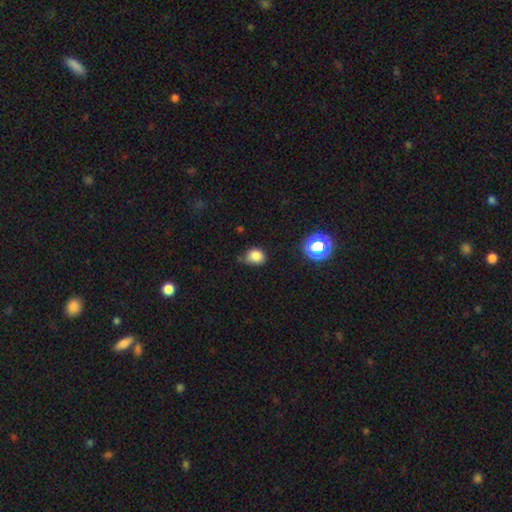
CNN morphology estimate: A smooth galaxy with no disk features (81%) that is round (59%).

Vote fractions:
- Smooth or featured? smooth: 81% / star or artifact: 14% / featured or disk: 6%
- How rounded? round: 59% / in between: 40% / cigar-shaped: 1%
- Merging? none: 56% / minor disturbance: 34% / major disturbance: 6% / merger: 3%